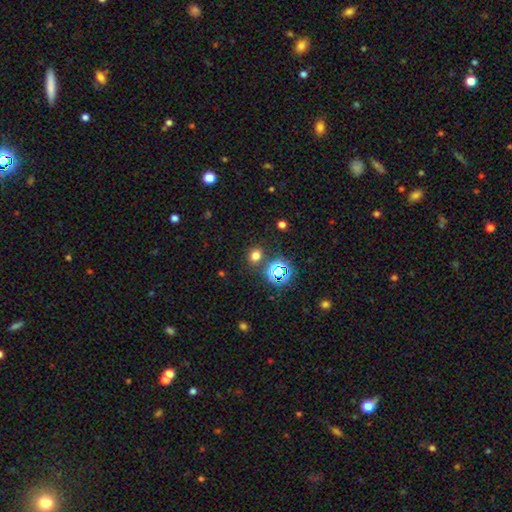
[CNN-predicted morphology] Smooth or featured? Predicted: smooth (p=0.67). How rounded? Predicted: round (p=0.65). Merging? Predicted: none (p=0.81).